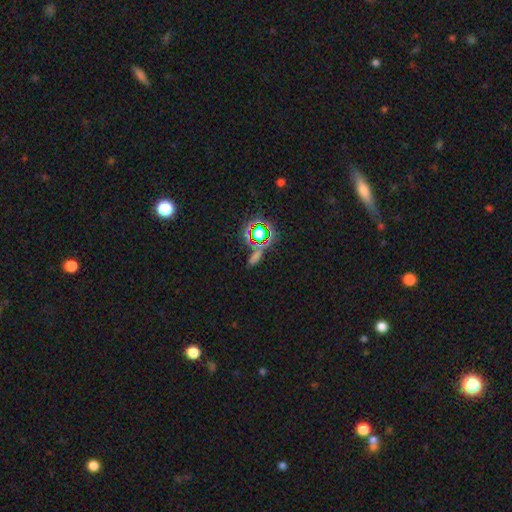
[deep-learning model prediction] Smooth or featured: star or artifact — 60% (smooth — 28%)